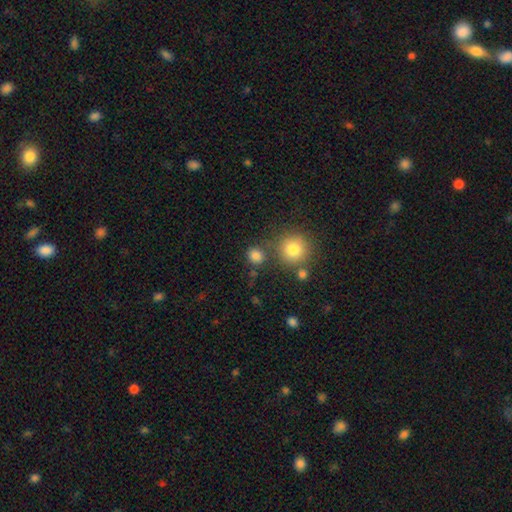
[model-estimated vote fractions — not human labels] Smooth or featured? smooth (81%)
How rounded? round (82%)
Merging? none (74%)